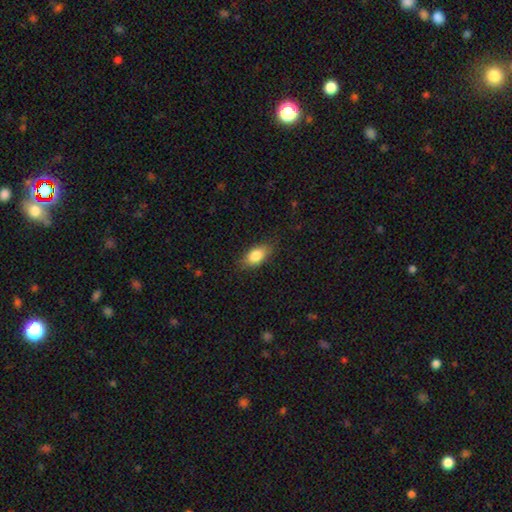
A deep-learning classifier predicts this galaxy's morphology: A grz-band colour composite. It shows a smooth galaxy with no disk features (84%) that is in between round and cigar-shaped (87%). Merging: none (80%).